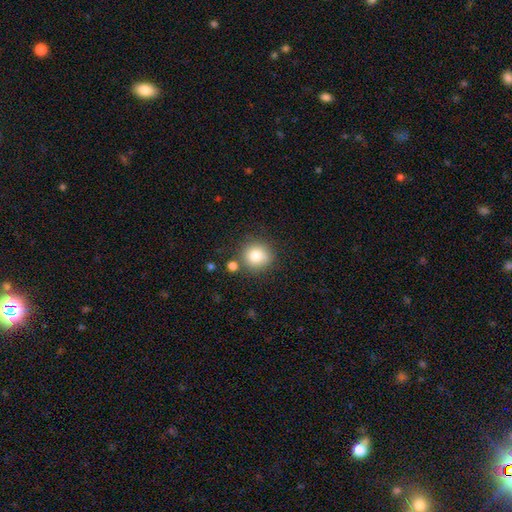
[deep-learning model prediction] smooth-or-featured: smooth: 80% | star or artifact: 11% | featured or disk: 9%
  how-rounded: round: 89% | in between: 10% | cigar-shaped: 1%
  merging: none: 79% | minor disturbance: 10% | merger: 8% | major disturbance: 3%